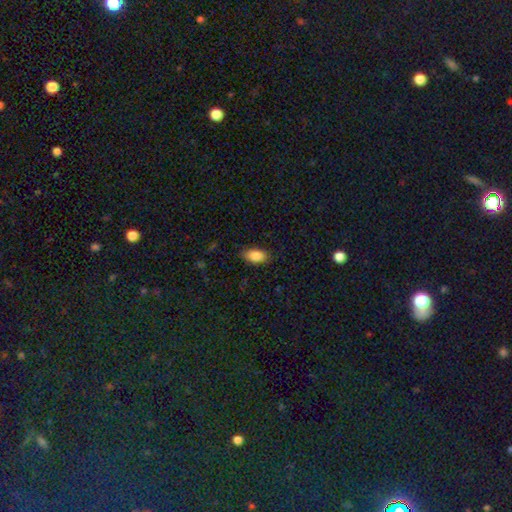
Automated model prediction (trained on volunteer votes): Smooth or featured?
  - smooth: 86% *
  - star or artifact: 7%
  - featured or disk: 7%
How rounded?
  - in between: 92% *
  - round: 5%
  - cigar-shaped: 3%
Merging?
  - none: 83% *
  - minor disturbance: 14%
  - major disturbance: 3%
  - merger: 1%